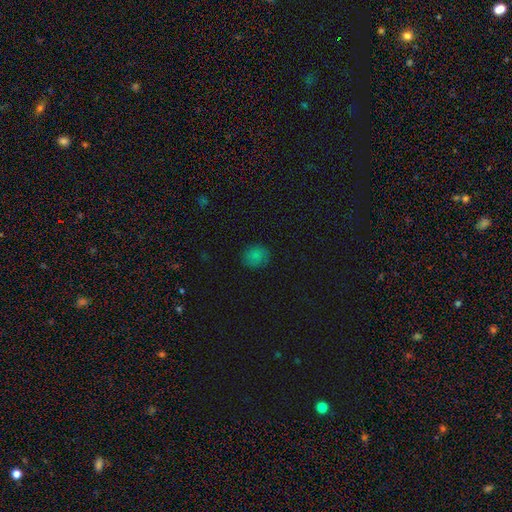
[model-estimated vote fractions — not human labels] The model was most divided on "how rounded": round: 80%, in between: 19%, cigar-shaped: 1%. More confident: merging — none (84%); smooth or featured — smooth (79%).